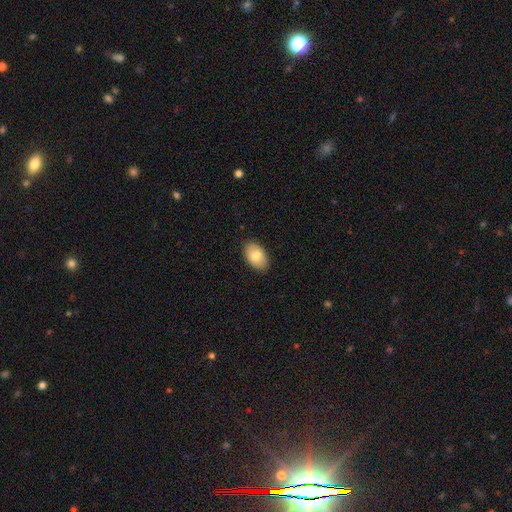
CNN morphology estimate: type=smooth (80%); roundness=in between (92%); merging=none (89%).